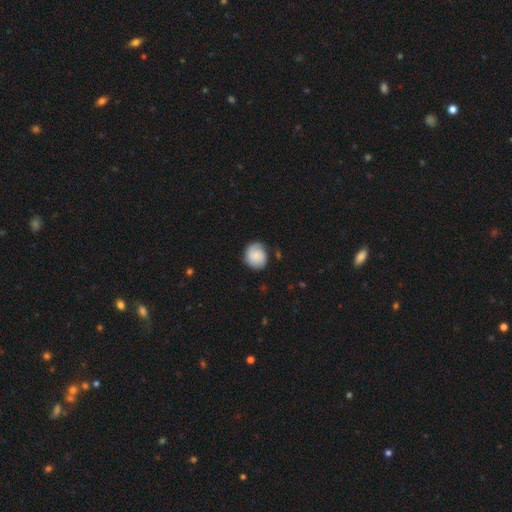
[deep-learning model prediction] smooth 61%, featured or disk 32%, star or artifact 7%. Down the decision tree: how rounded — round (76%); merging — none (69%).